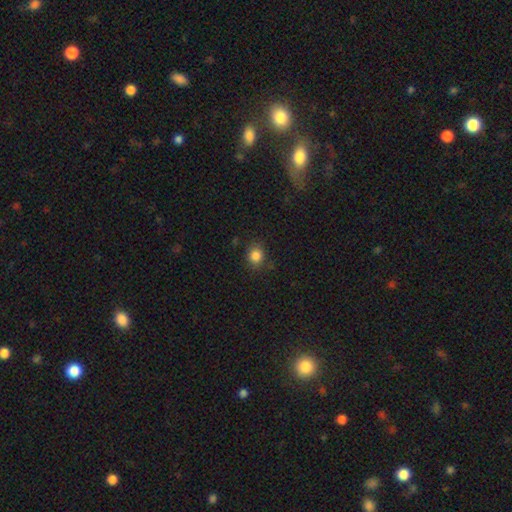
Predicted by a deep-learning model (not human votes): Overall: smooth (84%). How rounded: round (71%). Merging: none (83%).